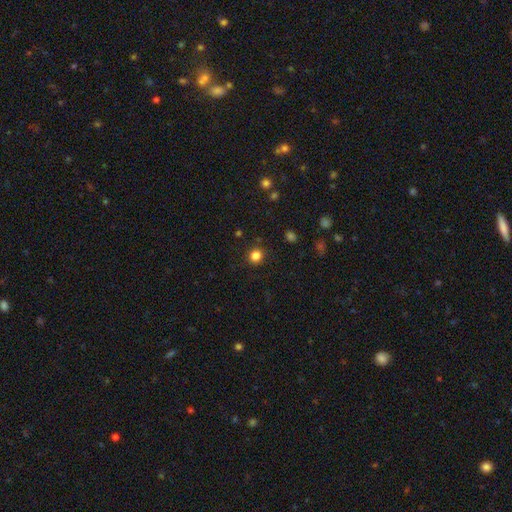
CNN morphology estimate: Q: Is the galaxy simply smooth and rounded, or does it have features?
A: smooth — 83%.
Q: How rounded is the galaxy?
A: round — 91%.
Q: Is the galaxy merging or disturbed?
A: none — 91%.